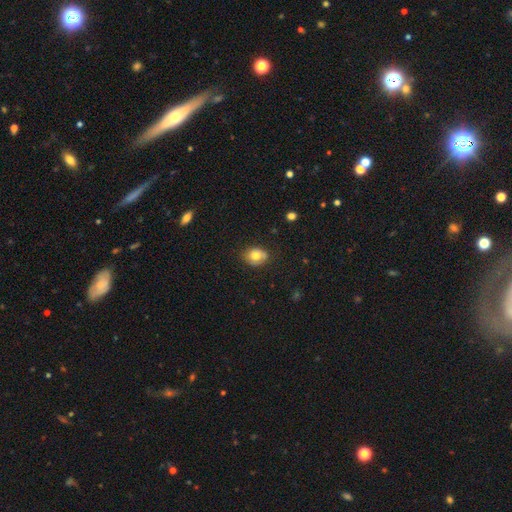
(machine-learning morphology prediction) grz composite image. It shows a smooth galaxy with no disk features (75%) that is round (51%). Merging: none (71%).